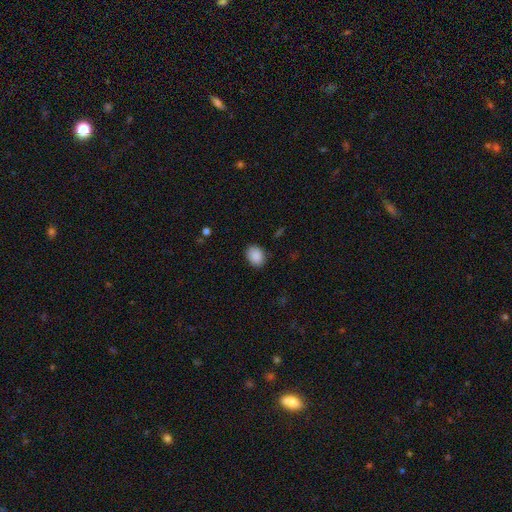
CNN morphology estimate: smooth_or_featured: smooth (p=0.89) [alt: star or artifact p=0.08]
how_rounded: in between (p=0.64) [alt: round p=0.36]
merging: none (p=0.85) [alt: minor disturbance p=0.11]